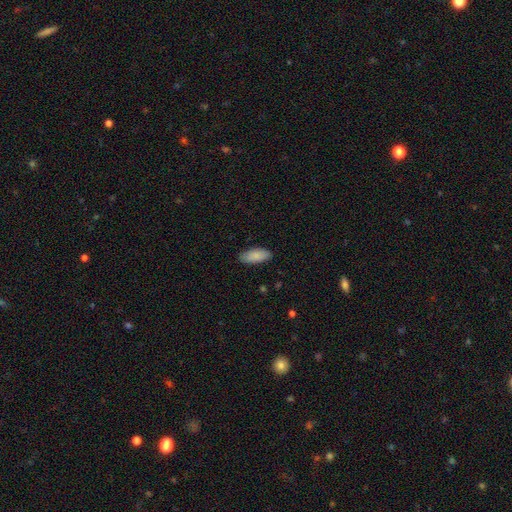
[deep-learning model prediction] Smooth or featured: smooth — 88% (featured or disk — 7%)
How rounded: in between — 84% (cigar-shaped — 14%)
Merging: none — 86% (minor disturbance — 11%)